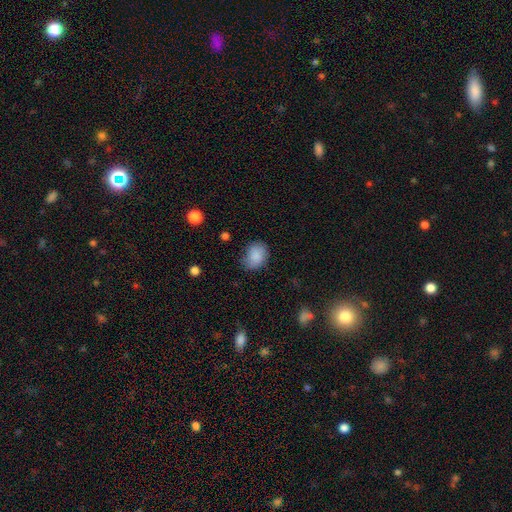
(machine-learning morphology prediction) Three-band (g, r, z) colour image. It shows a smooth galaxy with no disk features (86%) that is in between round and cigar-shaped (59%). Merging: none (72%).